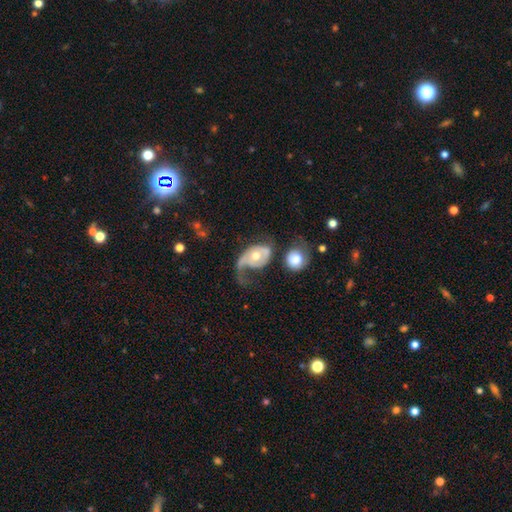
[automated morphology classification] type=featured or disk (66%); edge-on=no (96%); bar=no (80%); spiral arms=yes (74%); bulge=moderate (74%); merging=major disturbance (52%).